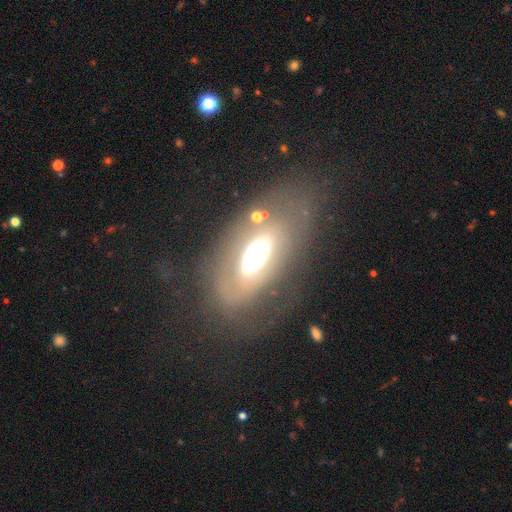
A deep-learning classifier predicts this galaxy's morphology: A featured or disk galaxy (62%) with no bar (75%), no spiral arms (73%) and a large central bulge (43%). Merging: none (61%).